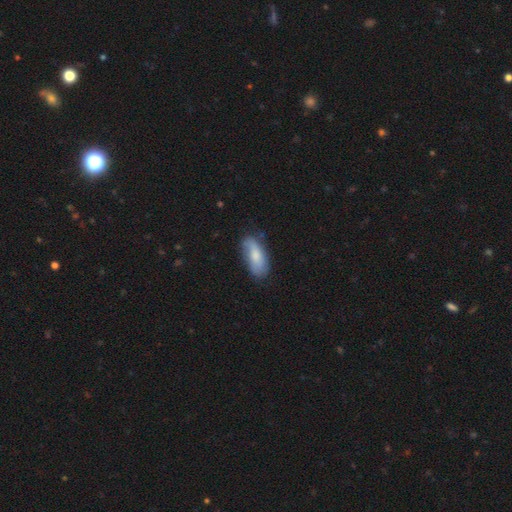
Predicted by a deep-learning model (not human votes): A smooth galaxy with no disk features (70%) that is in between round and cigar-shaped (85%). Merging: none (64%).